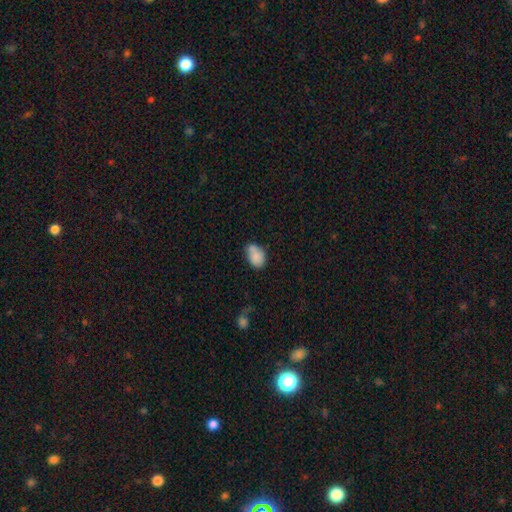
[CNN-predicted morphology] type=smooth (81%); roundness=in between (77%); merging=none (47%).